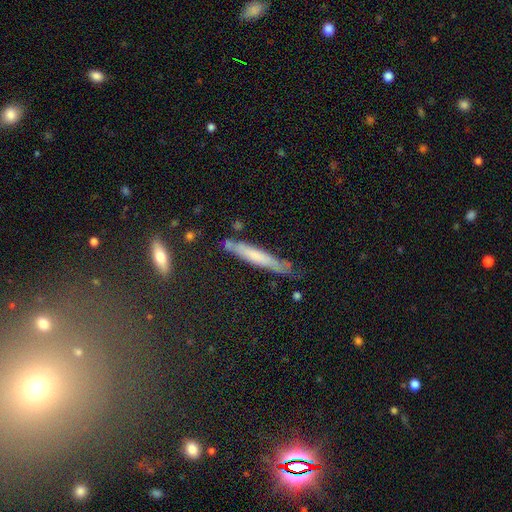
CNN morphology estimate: Smooth or featured: smooth — 55% (featured or disk — 36%)
How rounded: cigar-shaped — 93% (in between — 6%)
Merging: none — 62% (minor disturbance — 27%)